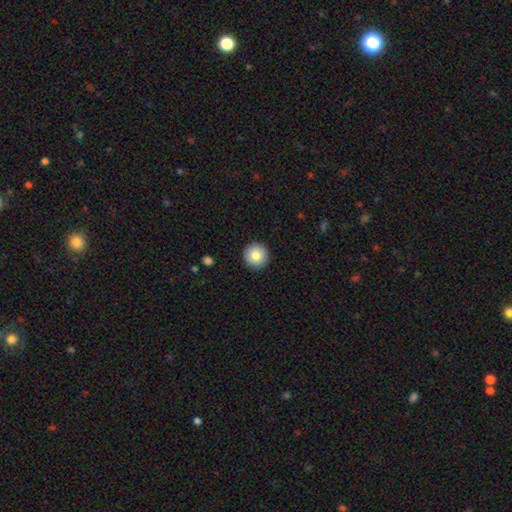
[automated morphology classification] Q: Smooth or featured?
A: smooth (85%); runner-up: star or artifact (8%)
Q: How rounded?
A: round (96%); runner-up: in between (3%)
Q: Merging?
A: none (92%); runner-up: minor disturbance (5%)